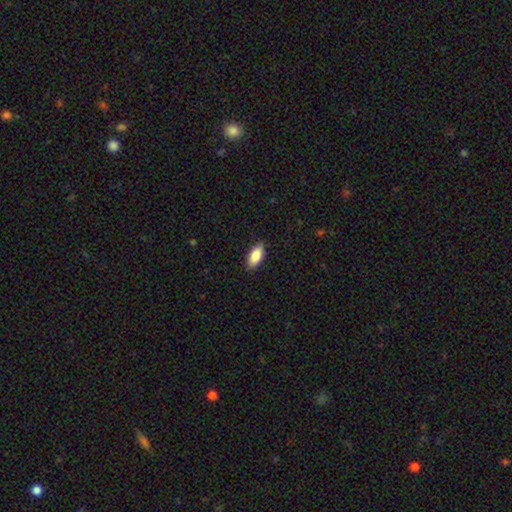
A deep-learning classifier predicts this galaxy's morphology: The model was most divided on "merging": none: 88%, minor disturbance: 9%, major disturbance: 2%, merger: 1%. More confident: how rounded — in between (89%); smooth or featured — smooth (88%).